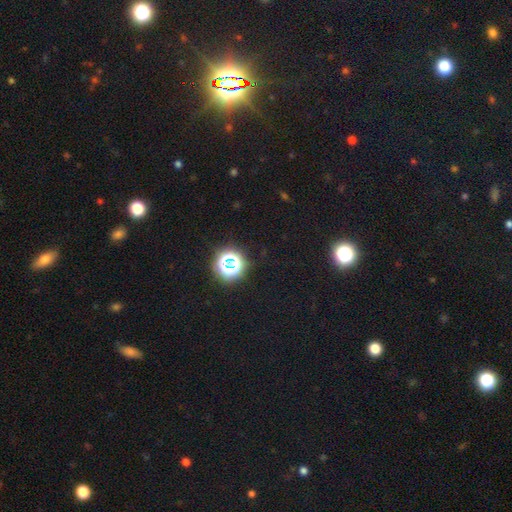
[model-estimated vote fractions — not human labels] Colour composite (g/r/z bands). It shows a star or artifact, not a galaxy (78%).